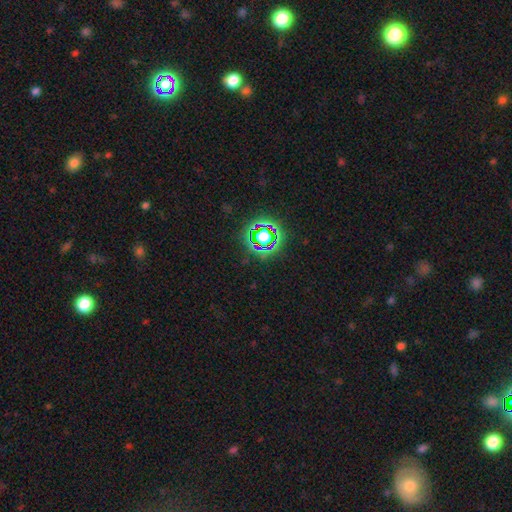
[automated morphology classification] A star or artifact, not a galaxy (72%).

Vote fractions:
- Smooth or featured? star or artifact: 72% / smooth: 21% / featured or disk: 8%